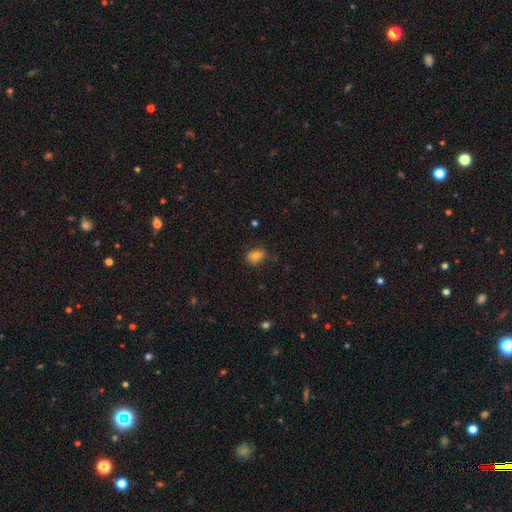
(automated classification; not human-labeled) This is likely a smooth galaxy (79%). How rounded: likely in between (62%). Merging: likely none (70%).